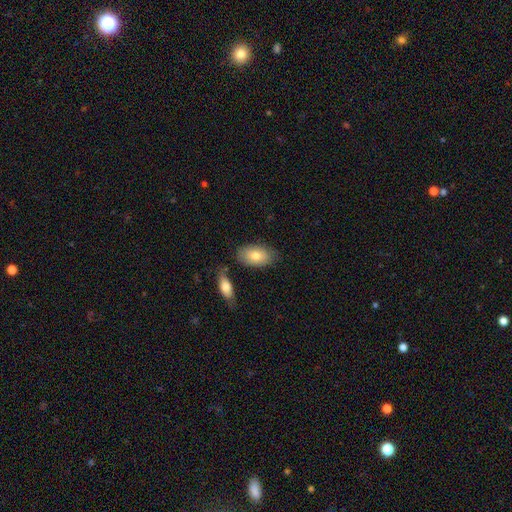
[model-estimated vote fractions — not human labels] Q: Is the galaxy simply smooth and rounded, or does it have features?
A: smooth — 78%.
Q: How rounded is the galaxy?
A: in between — 92%.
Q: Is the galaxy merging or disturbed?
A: none — 73%.